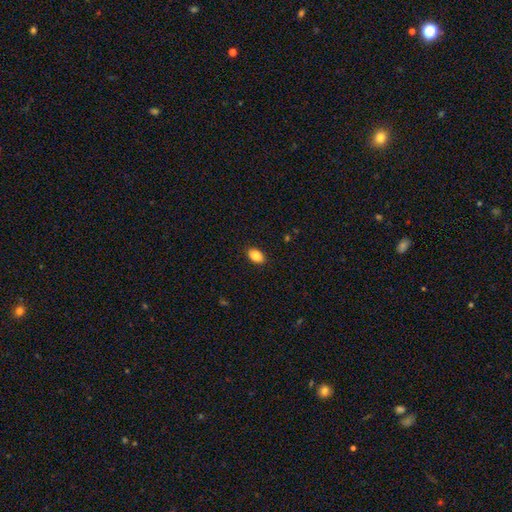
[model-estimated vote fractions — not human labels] smooth_or_featured: smooth (p=0.88) [alt: star or artifact p=0.08]
how_rounded: in between (p=0.90) [alt: round p=0.08]
merging: none (p=0.89) [alt: minor disturbance p=0.08]